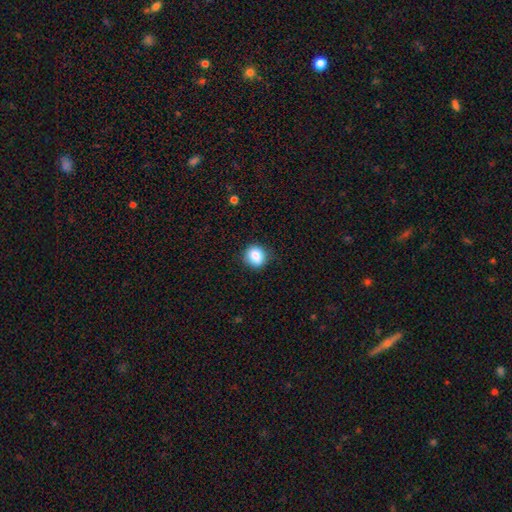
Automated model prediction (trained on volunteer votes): Overall: smooth (85%). How rounded: round (86%). Merging: none (85%).